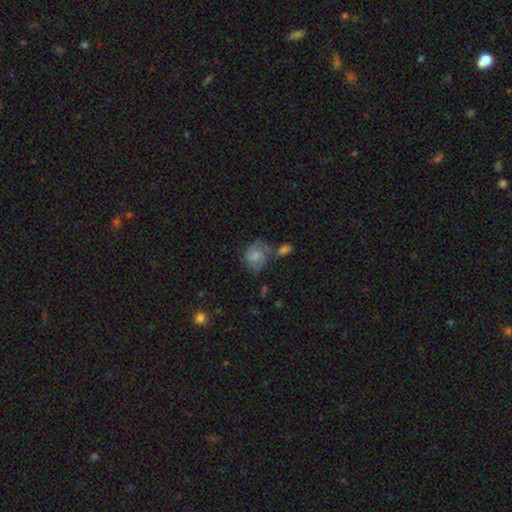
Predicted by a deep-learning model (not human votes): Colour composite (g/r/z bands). It shows a smooth galaxy with no disk features (52%) that is round (59%). Merging: none (43%).